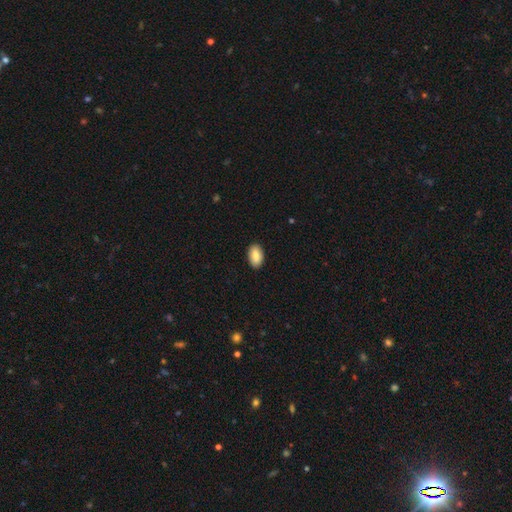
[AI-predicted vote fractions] Morphology: type=smooth (87%); roundness=in between (93%); merging=none (90%).